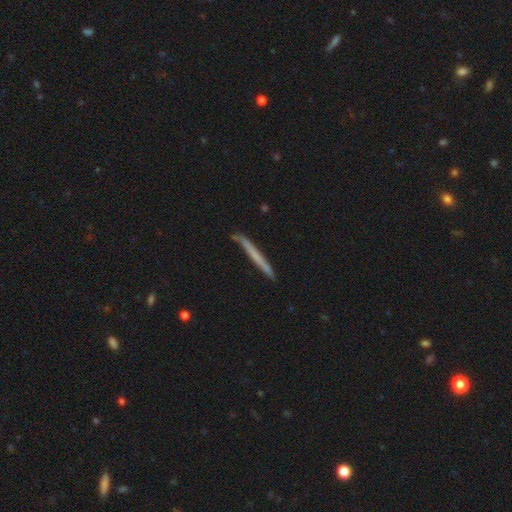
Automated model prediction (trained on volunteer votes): smooth-or-featured: smooth: 54% | featured or disk: 40% | star or artifact: 6%
  how-rounded: cigar-shaped: 97% | in between: 2% | round: 1%
  merging: none: 85% | minor disturbance: 11% | major disturbance: 2% | merger: 2%